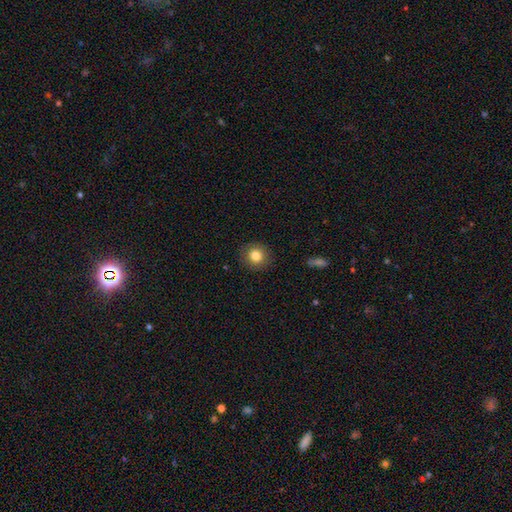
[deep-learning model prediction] Q: Smooth or featured?
A: smooth (83%); runner-up: star or artifact (10%)
Q: How rounded?
A: round (89%); runner-up: in between (10%)
Q: Merging?
A: none (89%); runner-up: minor disturbance (7%)